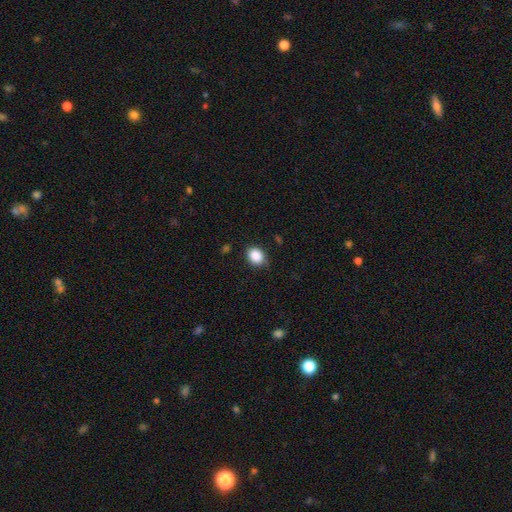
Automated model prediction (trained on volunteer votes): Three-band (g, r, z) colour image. It shows a smooth galaxy with no disk features (88%) that is in between round and cigar-shaped (51%). Merging: none (76%).